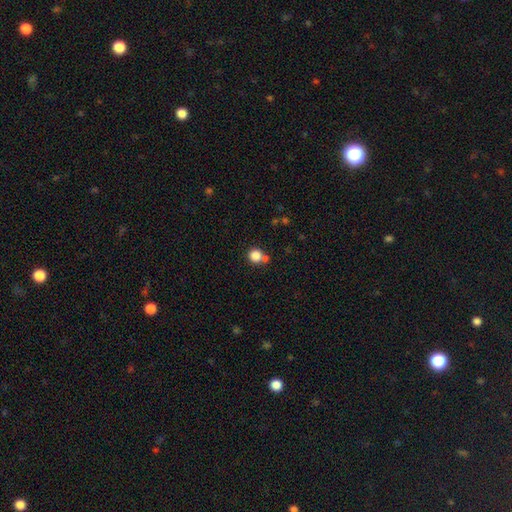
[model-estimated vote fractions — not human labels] Overall: smooth (83%). How rounded: round (89%). Merging: none (62%; merger 23%).